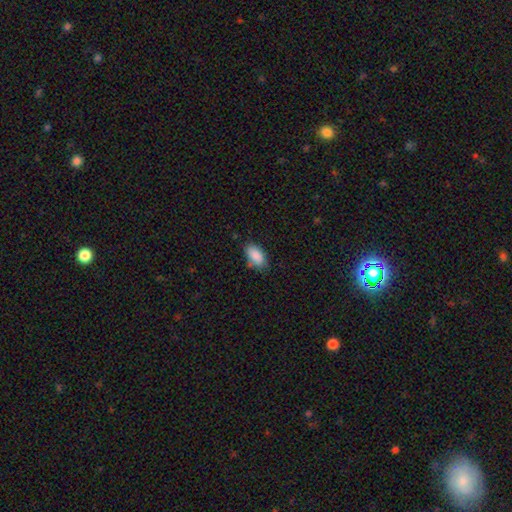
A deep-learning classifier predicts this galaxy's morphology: This is clearly a smooth galaxy (89%). How rounded: clearly in between (93%). Merging: likely none (75%).